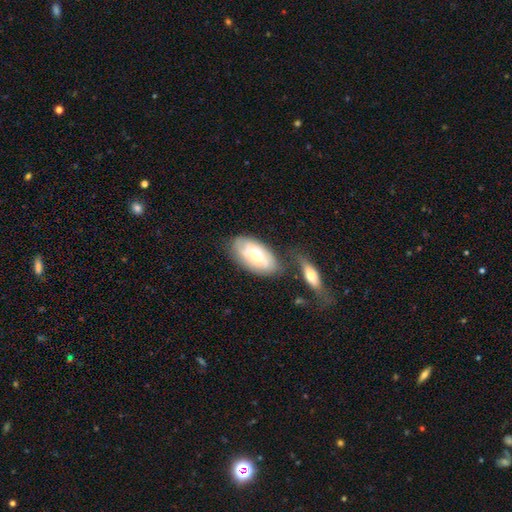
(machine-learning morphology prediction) The model was most divided on "smooth or featured": featured or disk: 51%, smooth: 42%, star or artifact: 7%. More confident: edge-on disk — no (87%); merging — none (58%).